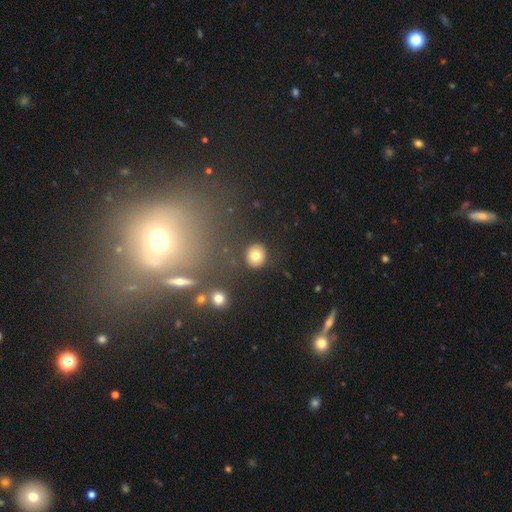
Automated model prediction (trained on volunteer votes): Morphology: type=smooth (77%); roundness=round (77%); merging=none (87%).